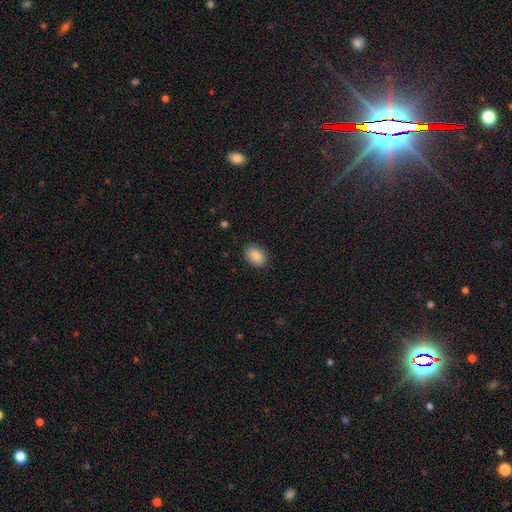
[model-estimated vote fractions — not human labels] Overall: smooth (89%). How rounded: in between (86%). Merging: none (86%).